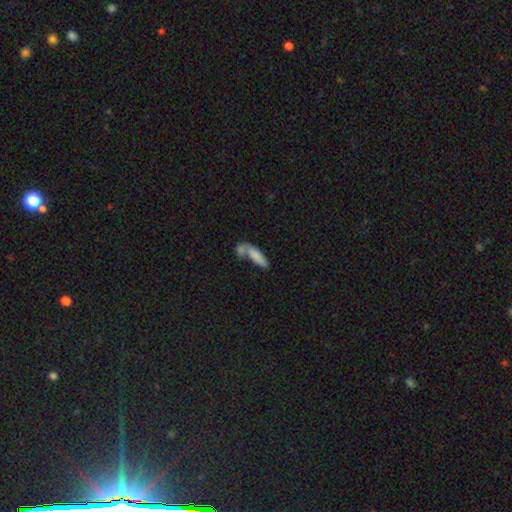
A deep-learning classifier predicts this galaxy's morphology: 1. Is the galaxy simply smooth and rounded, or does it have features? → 77% smooth, 14% featured or disk, 8% star or artifact.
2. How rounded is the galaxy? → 53% in between, 44% cigar-shaped, 3% round.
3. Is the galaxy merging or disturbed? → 50% merger, 31% none, 11% minor disturbance, 8% major disturbance.